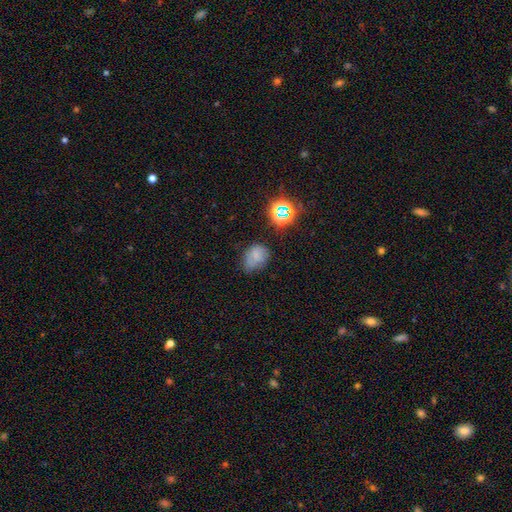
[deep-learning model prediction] Q: Smooth or featured?
A: smooth (66%); runner-up: star or artifact (22%)
Q: How rounded?
A: in between (60%); runner-up: round (38%)
Q: Merging?
A: none (50%); runner-up: minor disturbance (33%)